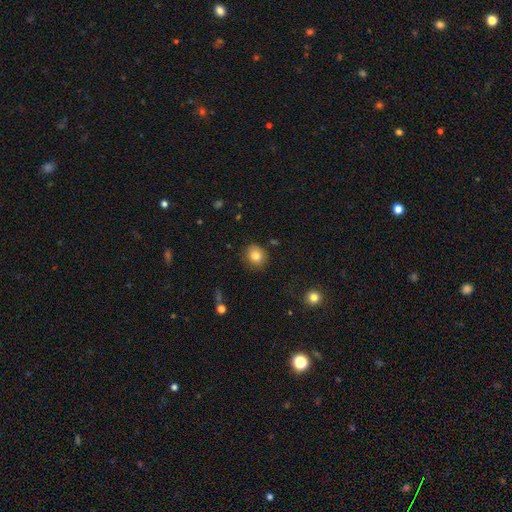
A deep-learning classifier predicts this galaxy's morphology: Smooth or featured? smooth (82%)
How rounded? round (78%)
Merging? none (87%)